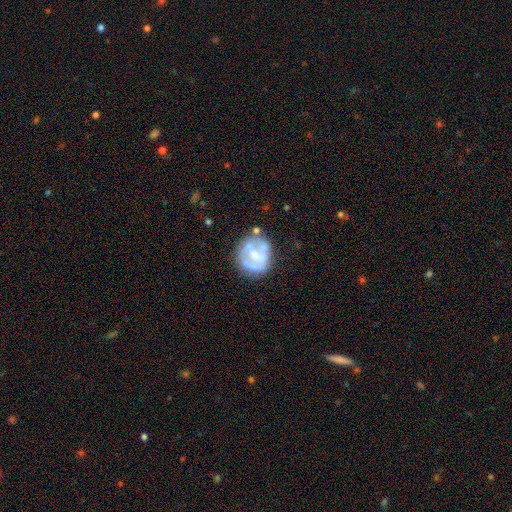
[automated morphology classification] smooth-or-featured: featured or disk: 67% | smooth: 25% | star or artifact: 8%
  disk-edge-on: no: 98% | yes: 2%
    bar: no: 61% | weak: 26% | strong: 13%
    has-spiral-arms: no: 70% | yes: 30%
    bulge-size: none: 35% | moderate: 31% | small: 27% | large: 5% | dominant: 2%
  merging: none: 58% | minor disturbance: 20% | major disturbance: 15% | merger: 8%